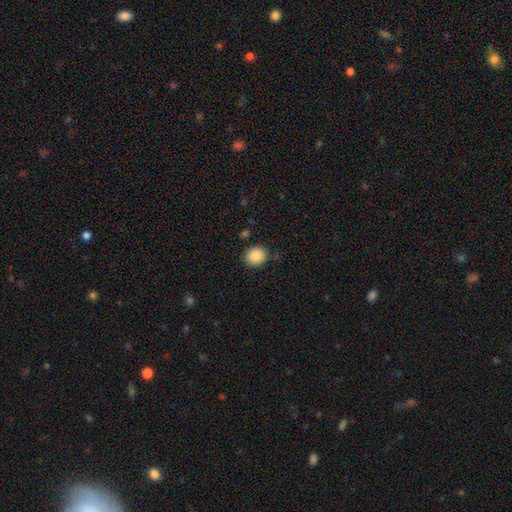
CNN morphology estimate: A smooth galaxy with no disk features (86%) that is round (75%).

Vote fractions:
- Smooth or featured? smooth: 86% / star or artifact: 9% / featured or disk: 5%
- How rounded? round: 75% / in between: 24% / cigar-shaped: 1%
- Merging? none: 84% / minor disturbance: 11% / major disturbance: 3% / merger: 2%